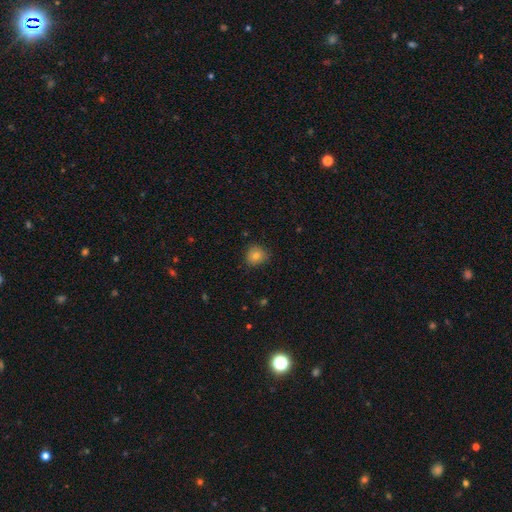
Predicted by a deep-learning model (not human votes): The model was most divided on "how rounded": round: 81%, in between: 18%, cigar-shaped: 1%. More confident: merging — none (81%); smooth or featured — smooth (80%).